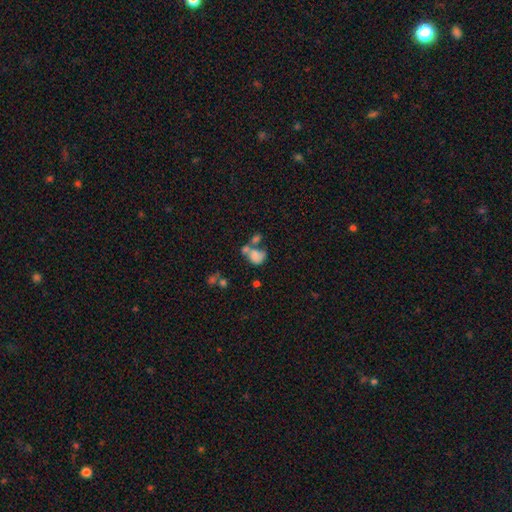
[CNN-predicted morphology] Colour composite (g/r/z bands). It shows a smooth galaxy with no disk features (66%) that is in between round and cigar-shaped (60%). Merging: merger (51%).